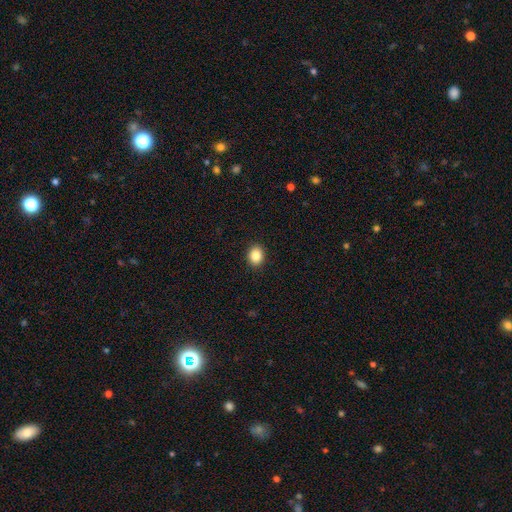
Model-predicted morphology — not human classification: This appears to be a smooth galaxy with no disk features (86%) that is round (51%). Merging: none (91%).